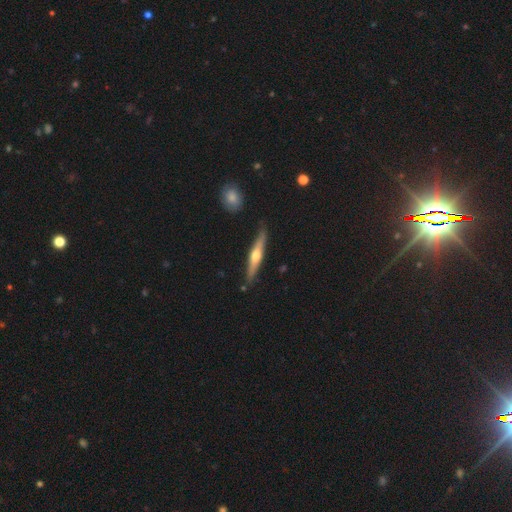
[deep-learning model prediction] Q: Smooth or featured?
A: featured or disk (59%); runner-up: smooth (36%)
Q: Edge-on disk?
A: yes (95%); runner-up: no (5%)
Q: Edge-on bulge?
A: rounded (90%); runner-up: none (7%)
Q: Merging?
A: none (84%); runner-up: minor disturbance (11%)